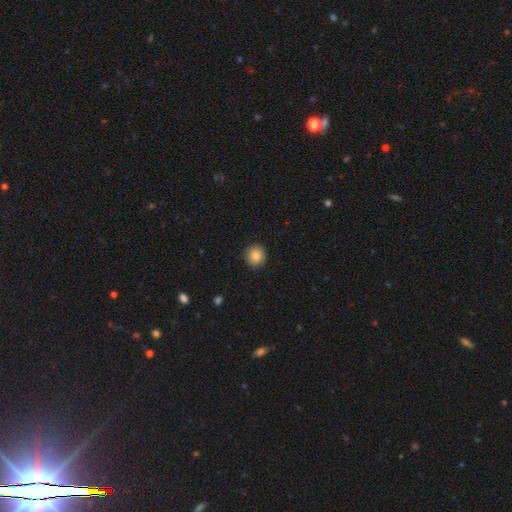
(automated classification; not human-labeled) Q: Smooth or featured?
A: smooth (85%); runner-up: star or artifact (9%)
Q: How rounded?
A: round (91%); runner-up: in between (8%)
Q: Merging?
A: none (89%); runner-up: minor disturbance (8%)